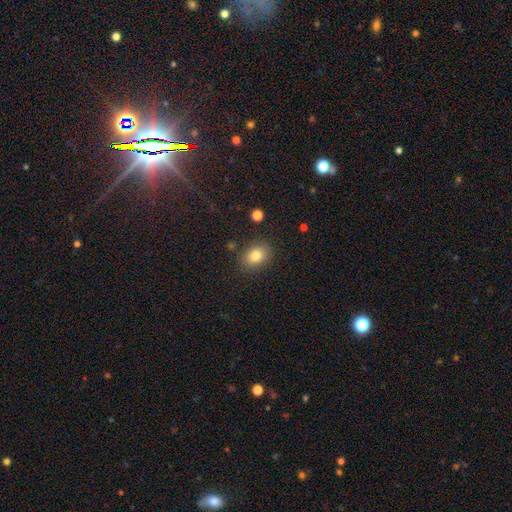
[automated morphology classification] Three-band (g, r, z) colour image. It shows a smooth galaxy with no disk features (81%) that is in between round and cigar-shaped (70%). Merging: none (84%).